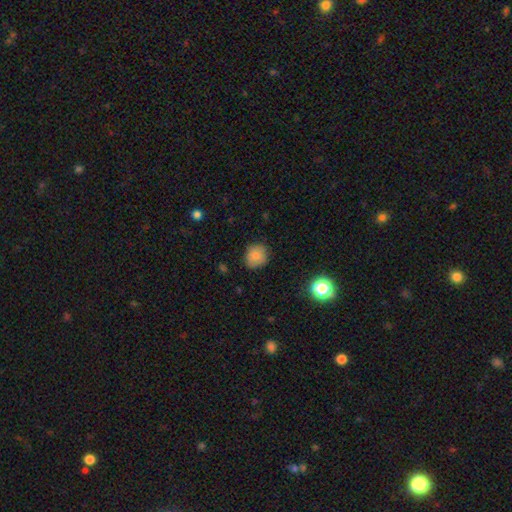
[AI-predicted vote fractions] Overall: smooth (83%). How rounded: round (79%). Merging: none (83%).